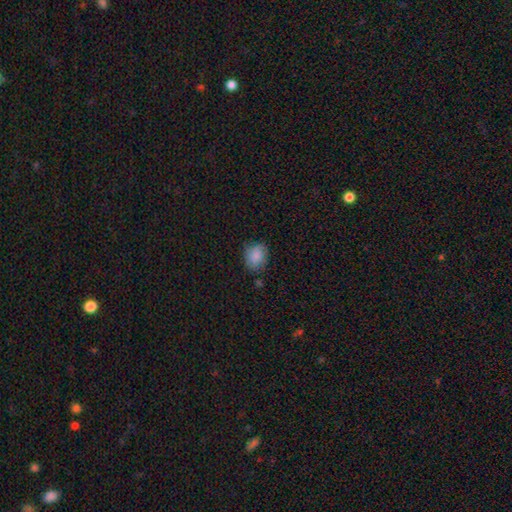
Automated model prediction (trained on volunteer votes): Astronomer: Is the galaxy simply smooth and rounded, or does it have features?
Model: smooth — 85%.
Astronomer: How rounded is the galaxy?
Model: in between — 53% (runner-up: round, 46%).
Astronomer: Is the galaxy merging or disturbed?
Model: none — 75%.